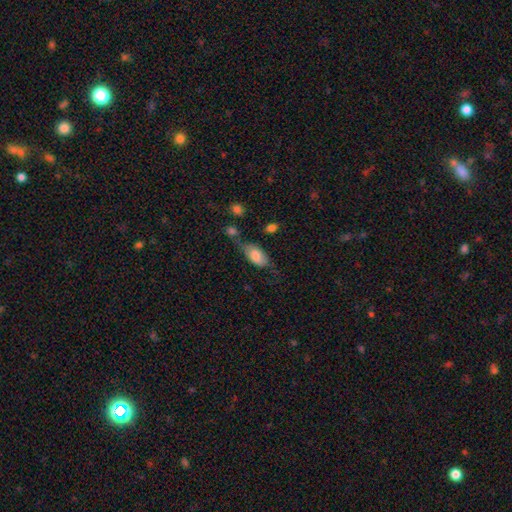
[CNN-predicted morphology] smooth 74%, featured or disk 19%, star or artifact 7%. Down the decision tree: how rounded — in between (91%); merging — none (41%).